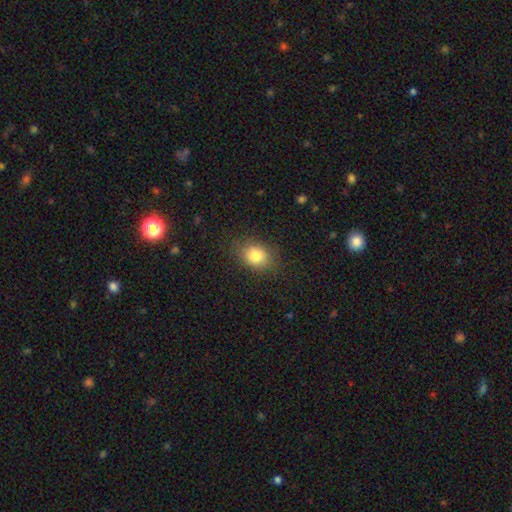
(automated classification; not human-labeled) A smooth galaxy with no disk features (81%) that is in between round and cigar-shaped (56%). Merging: none (83%).